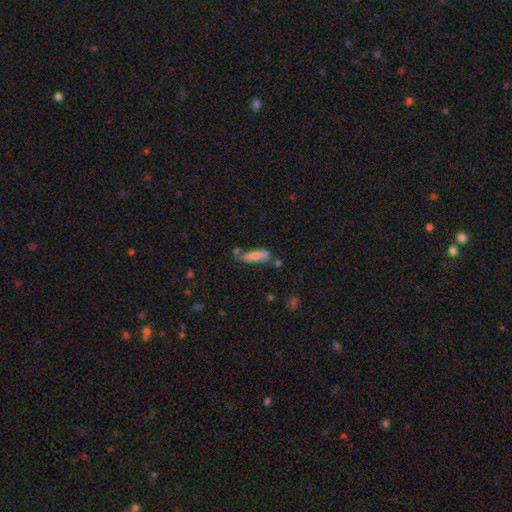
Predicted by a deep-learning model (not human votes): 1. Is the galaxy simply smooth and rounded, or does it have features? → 79% smooth, 14% featured or disk, 7% star or artifact.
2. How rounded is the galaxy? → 66% cigar-shaped, 32% in between, 2% round.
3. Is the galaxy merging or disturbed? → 60% none, 21% minor disturbance, 13% merger, 6% major disturbance.